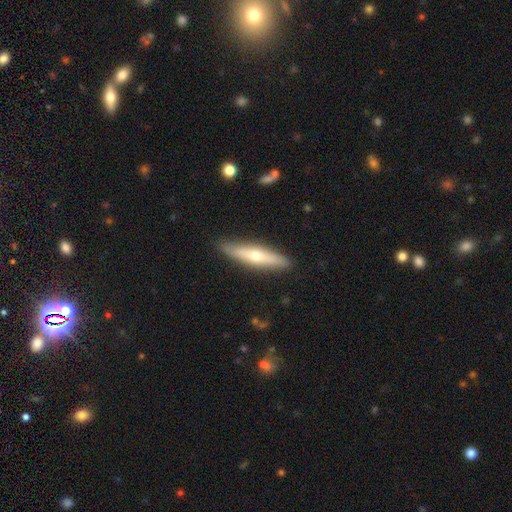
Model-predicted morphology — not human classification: Smooth or featured? Predicted: featured or disk (p=0.49). Merging? Predicted: none (p=0.87).